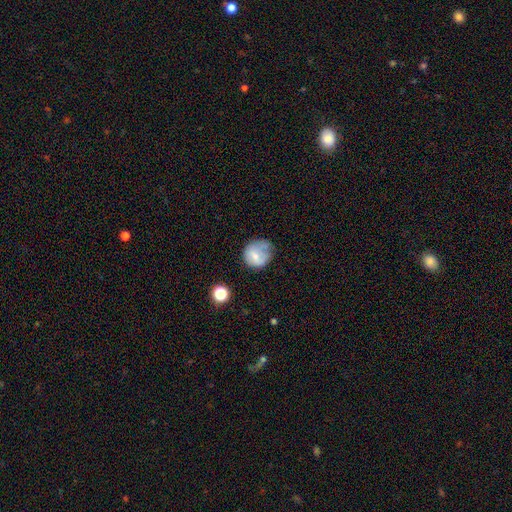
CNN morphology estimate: This is likely a smooth galaxy (68%). How rounded: likely round (77%). Merging: marginally none (44%).